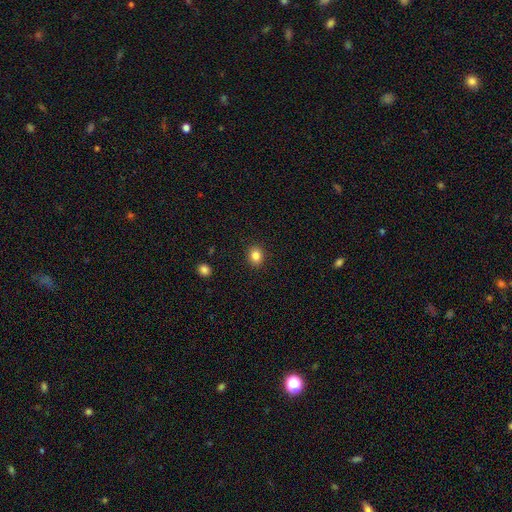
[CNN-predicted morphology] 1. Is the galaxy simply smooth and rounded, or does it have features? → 84% smooth, 11% star or artifact, 5% featured or disk.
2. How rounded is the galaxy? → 70% round, 29% in between, 1% cigar-shaped.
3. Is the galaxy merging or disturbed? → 91% none, 6% minor disturbance, 2% major disturbance, 1% merger.